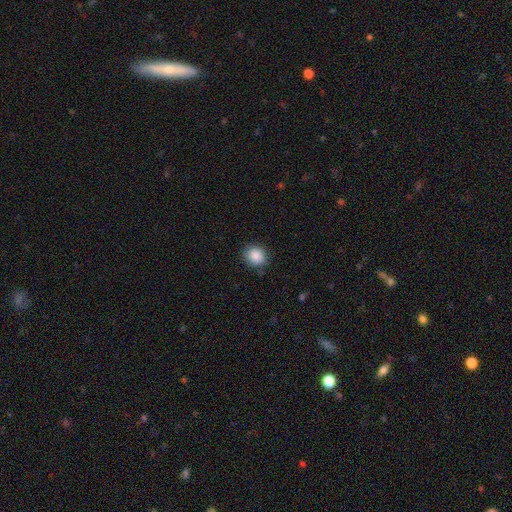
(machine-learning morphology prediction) Smooth or featured? smooth (88%)
How rounded? round (76%)
Merging? none (85%)